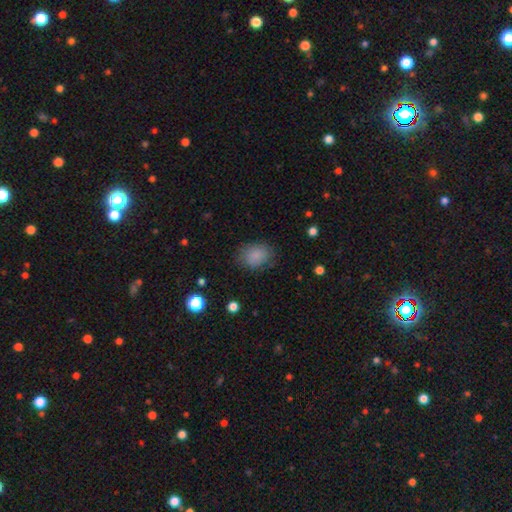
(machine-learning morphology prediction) Q: Smooth or featured?
A: smooth (84%); runner-up: star or artifact (9%)
Q: How rounded?
A: in between (59%); runner-up: round (40%)
Q: Merging?
A: none (75%); runner-up: minor disturbance (18%)